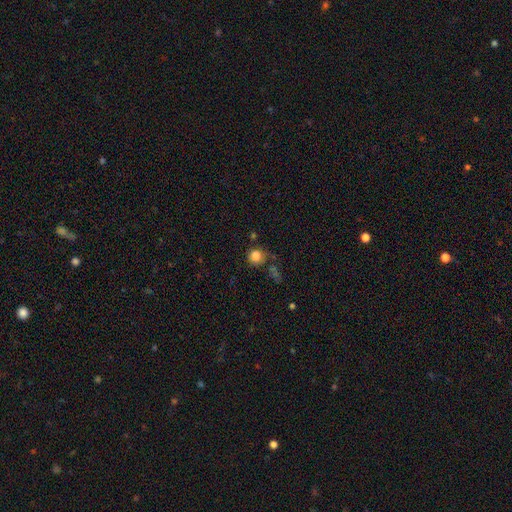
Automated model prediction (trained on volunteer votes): smooth 82%, star or artifact 12%, featured or disk 6%. Down the decision tree: how rounded — round (89%); merging — none (64%).